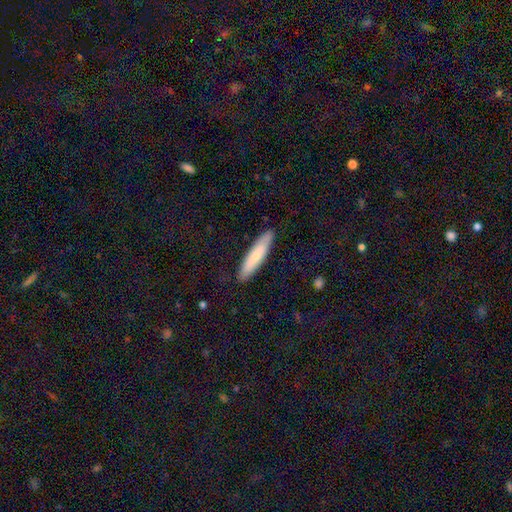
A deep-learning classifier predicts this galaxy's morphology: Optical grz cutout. It shows a smooth galaxy with no disk features (75%) that is cigar-shaped (85%). Merging: none (89%).